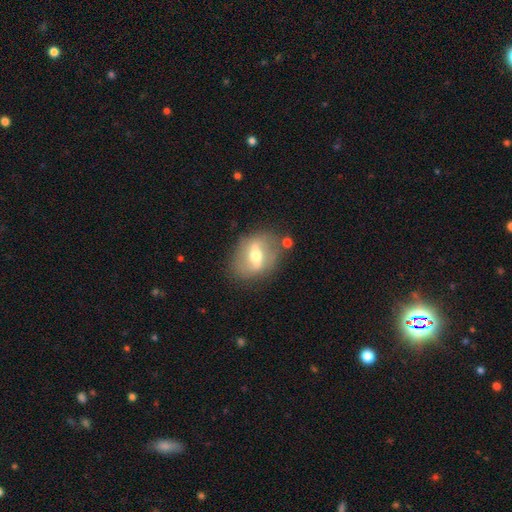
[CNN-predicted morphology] A featured or disk galaxy (66%) with a strong bar (52%), spiral arms (52%) and a moderate central bulge (68%).

Vote fractions:
- Smooth or featured? featured or disk: 66% / smooth: 27% / star or artifact: 7%
- Edge-on disk? no: 89% / yes: 11%
- Bar? strong: 52% / weak: 34% / no: 14%
- Spiral arms? yes: 52% / no: 48%
- Bulge size? moderate: 68% / small: 20% / large: 9% / dominant: 1% / none: 1%
- Merging? none: 72% / minor disturbance: 16% / major disturbance: 7% / merger: 5%